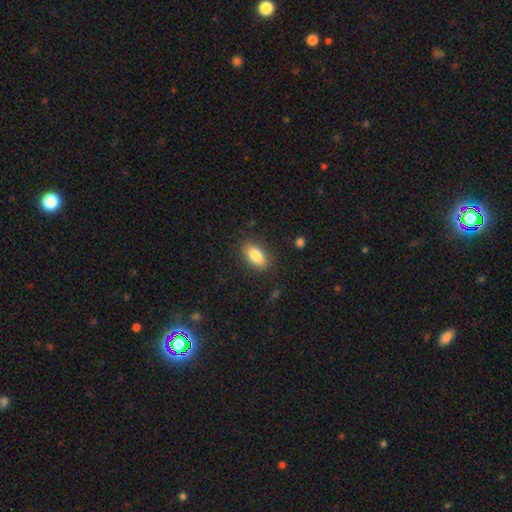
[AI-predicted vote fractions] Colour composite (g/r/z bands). It shows a smooth galaxy with no disk features (82%) that is in between round and cigar-shaped (87%). Merging: none (85%).